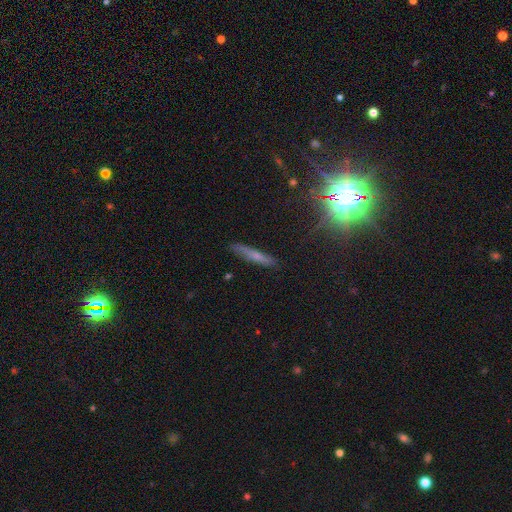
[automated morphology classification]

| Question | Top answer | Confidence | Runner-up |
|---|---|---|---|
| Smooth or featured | smooth | 49% | featured or disk (36%) |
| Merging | none | 84% | minor disturbance (12%) |